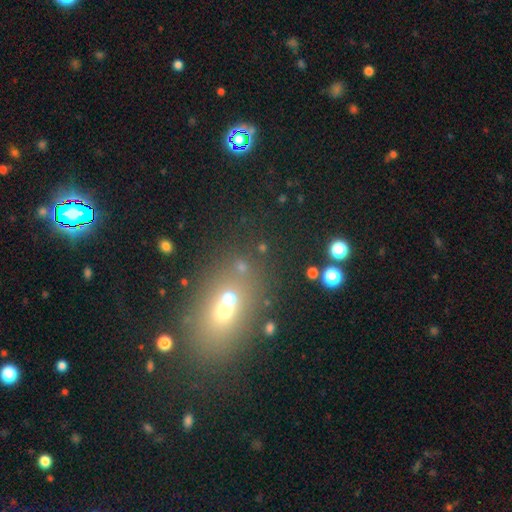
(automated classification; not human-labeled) This appears to be a smooth galaxy with no disk features (51%) that is in between round and cigar-shaped (75%). Merging: none (73%).